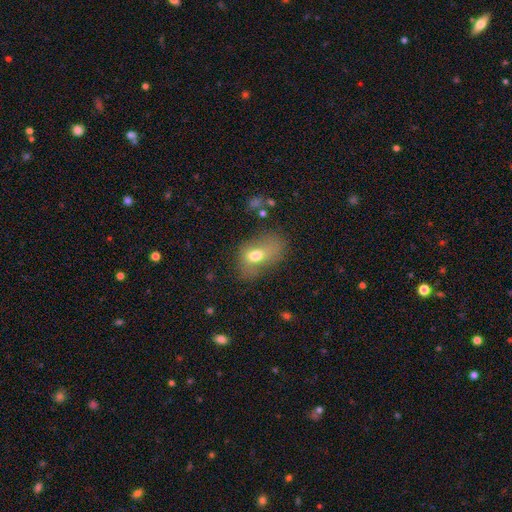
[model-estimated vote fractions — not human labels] smooth 65%, featured or disk 23%, star or artifact 11%. Down the decision tree: how rounded — in between (82%); merging — none (40%).